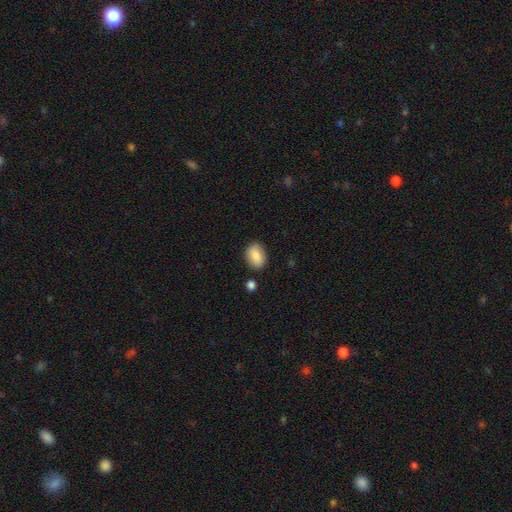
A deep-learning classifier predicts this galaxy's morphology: smooth_or_featured: smooth (p=0.84) [alt: featured or disk p=0.09]
how_rounded: in between (p=0.78) [alt: round p=0.21]
merging: none (p=0.83) [alt: minor disturbance p=0.11]